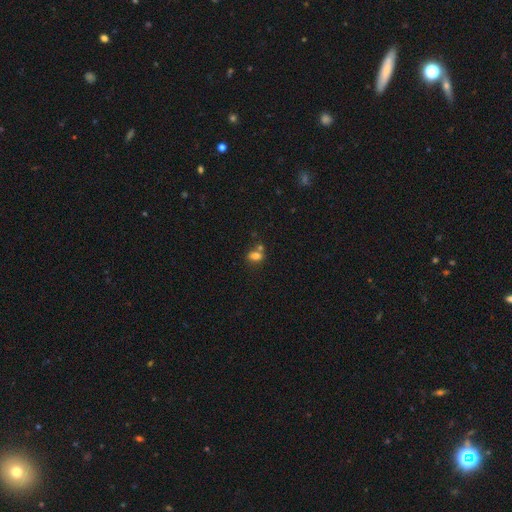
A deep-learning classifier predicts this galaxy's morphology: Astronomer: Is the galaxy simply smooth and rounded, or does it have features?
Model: smooth — 76%.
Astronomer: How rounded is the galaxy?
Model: in between — 70%.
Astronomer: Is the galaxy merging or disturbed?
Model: none — 51% (runner-up: merger, 31%).